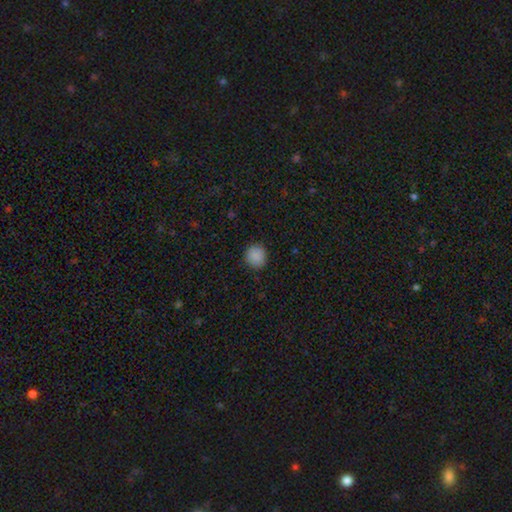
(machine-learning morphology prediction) smooth_or_featured: smooth (p=0.88) [alt: star or artifact p=0.09]
how_rounded: round (p=0.90) [alt: in between p=0.10]
merging: none (p=0.90) [alt: minor disturbance p=0.07]